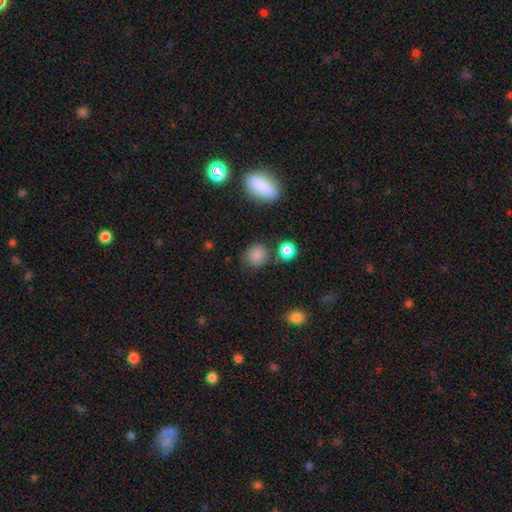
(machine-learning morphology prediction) Overall: smooth (81%). How rounded: round (81%). Merging: none (74%).